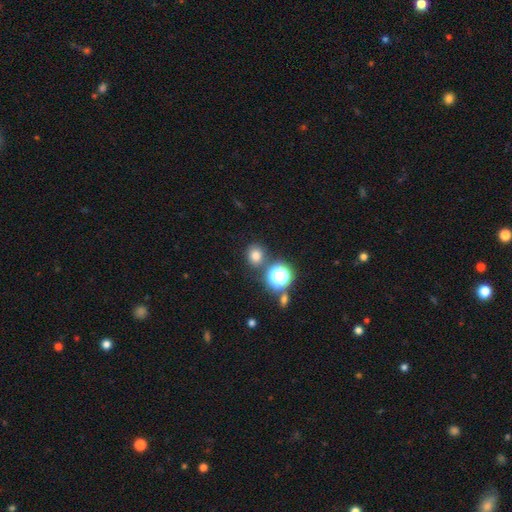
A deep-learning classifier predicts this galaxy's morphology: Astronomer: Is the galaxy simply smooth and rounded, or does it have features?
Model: smooth — 72%.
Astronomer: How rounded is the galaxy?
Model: round — 77%.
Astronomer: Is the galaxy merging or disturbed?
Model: none — 78%.